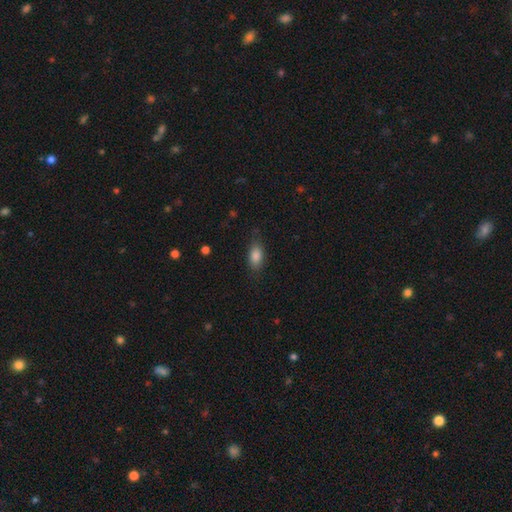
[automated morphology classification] A smooth galaxy with no disk features (84%) that is in between round and cigar-shaped (88%). Merging: none (75%).